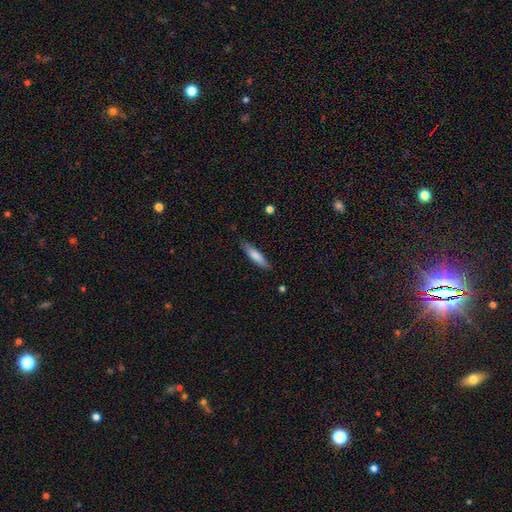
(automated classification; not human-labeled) This is likely a smooth galaxy (78%). How rounded: likely cigar-shaped (73%). Merging: clearly none (82%).